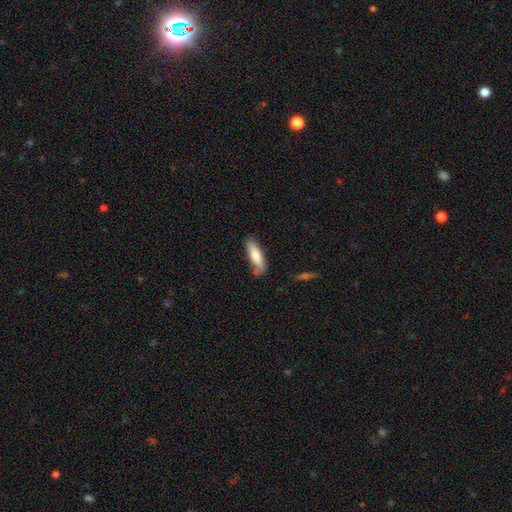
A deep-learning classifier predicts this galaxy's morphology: This appears to be a smooth galaxy with no disk features (78%) that is cigar-shaped (53%). Merging: none (72%).